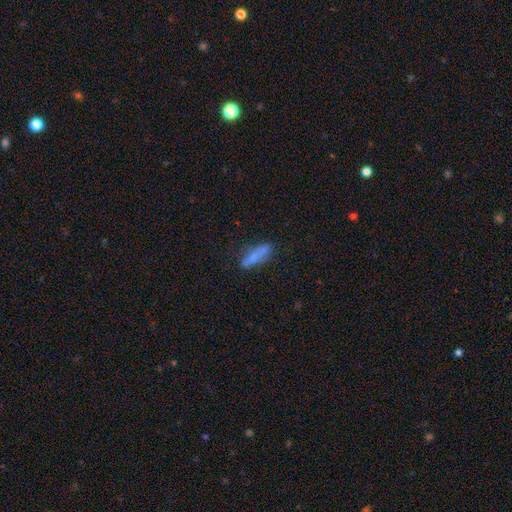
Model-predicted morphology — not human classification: Q: Smooth or featured?
A: smooth (66%); runner-up: featured or disk (24%)
Q: How rounded?
A: cigar-shaped (61%); runner-up: in between (37%)
Q: Merging?
A: none (61%); runner-up: minor disturbance (22%)